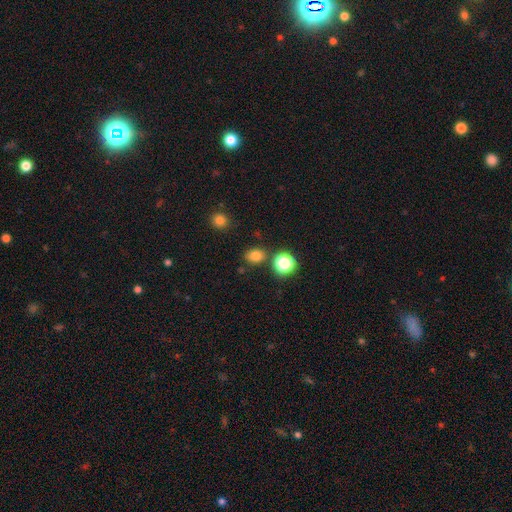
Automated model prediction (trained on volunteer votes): Q: Smooth or featured?
A: smooth (77%); runner-up: star or artifact (17%)
Q: How rounded?
A: round (53%); runner-up: in between (46%)
Q: Merging?
A: none (80%); runner-up: minor disturbance (10%)